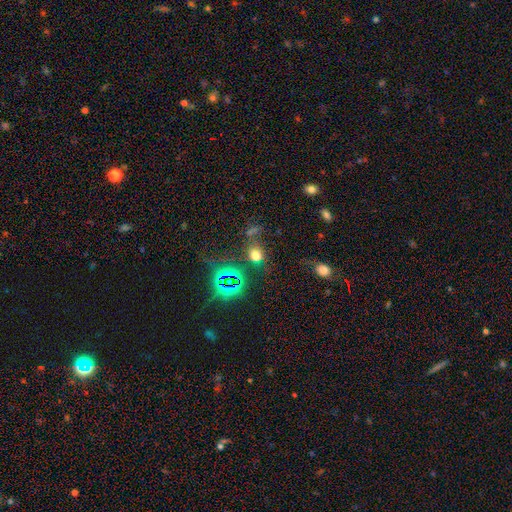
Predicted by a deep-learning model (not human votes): Smooth or featured? smooth (60%)
How rounded? round (59%)
Merging? none (70%)